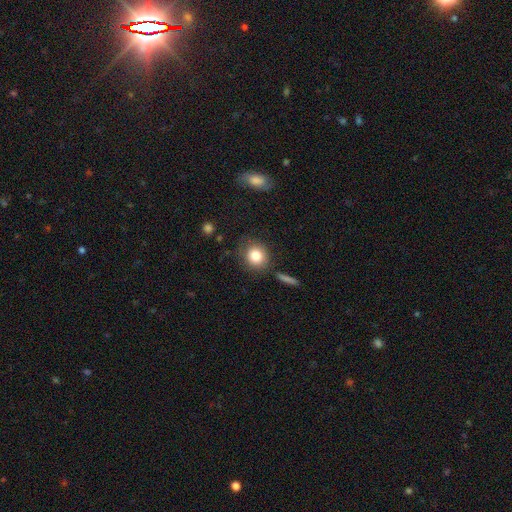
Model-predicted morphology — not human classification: smooth-or-featured: smooth: 82% | star or artifact: 9% | featured or disk: 8%
  how-rounded: round: 79% | in between: 20% | cigar-shaped: 1%
  merging: none: 79% | minor disturbance: 13% | merger: 4% | major disturbance: 4%